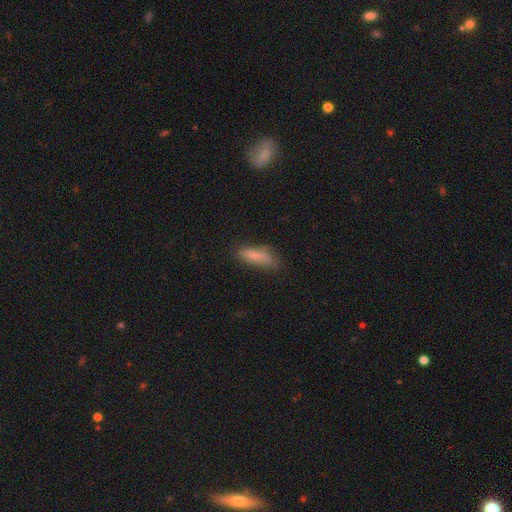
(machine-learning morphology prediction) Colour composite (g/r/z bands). It shows a smooth galaxy with no disk features (81%) that is cigar-shaped (52%). Merging: none (66%).